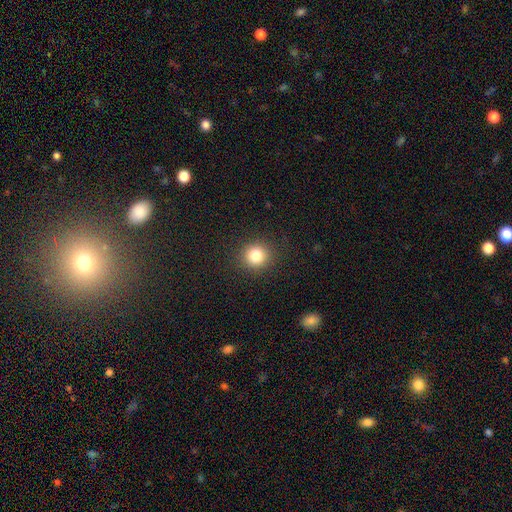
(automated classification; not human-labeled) Smooth or featured? smooth (82%)
How rounded? round (91%)
Merging? none (91%)